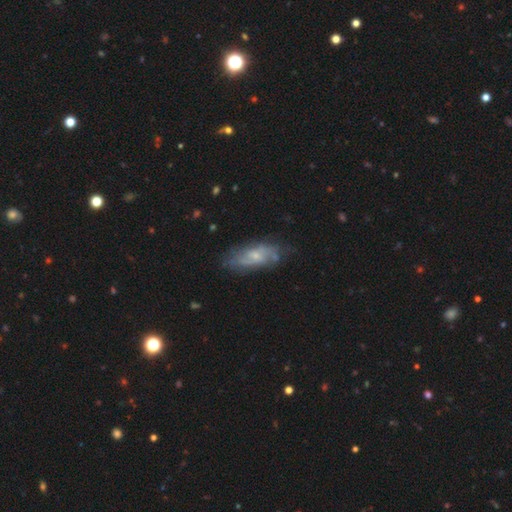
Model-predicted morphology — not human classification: This is possibly a featured or disk galaxy (57%). It is clearly not viewed edge-on (85%). Merging: likely none (67%).